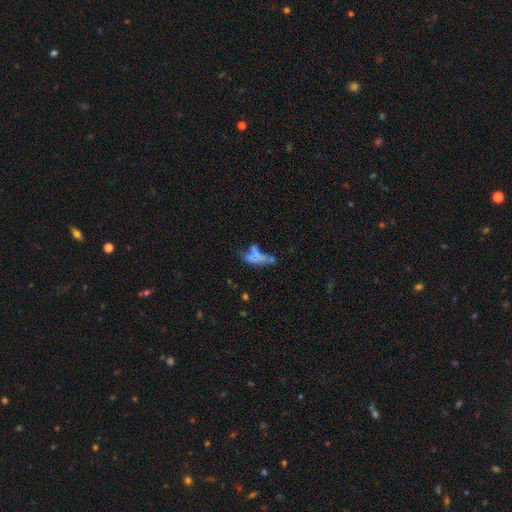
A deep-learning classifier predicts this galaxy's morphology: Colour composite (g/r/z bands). It shows a smooth galaxy with no disk features (49%). Merging: merger (38%).